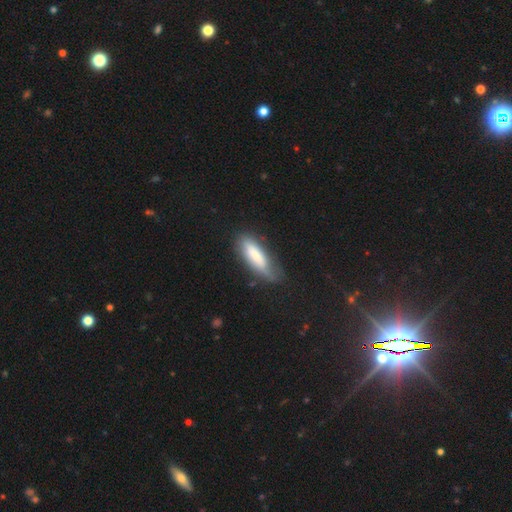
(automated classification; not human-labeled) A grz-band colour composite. It shows a smooth galaxy with no disk features (70%) that is in between round and cigar-shaped (54%). Merging: none (52%).